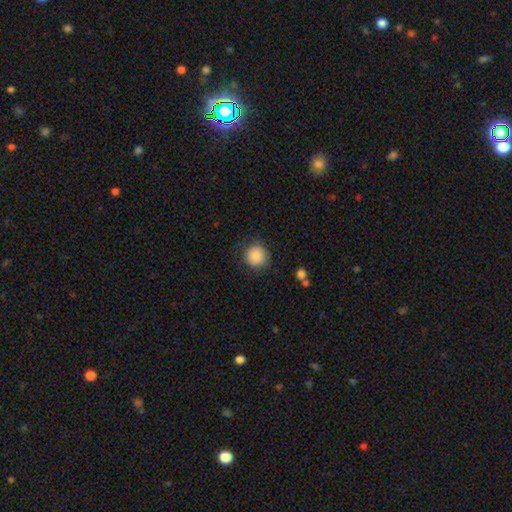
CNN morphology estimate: Smooth or featured?
  - smooth: 87% *
  - star or artifact: 8%
  - featured or disk: 5%
How rounded?
  - round: 93% *
  - in between: 6%
  - cigar-shaped: 1%
Merging?
  - none: 83% *
  - minor disturbance: 12%
  - major disturbance: 4%
  - merger: 1%